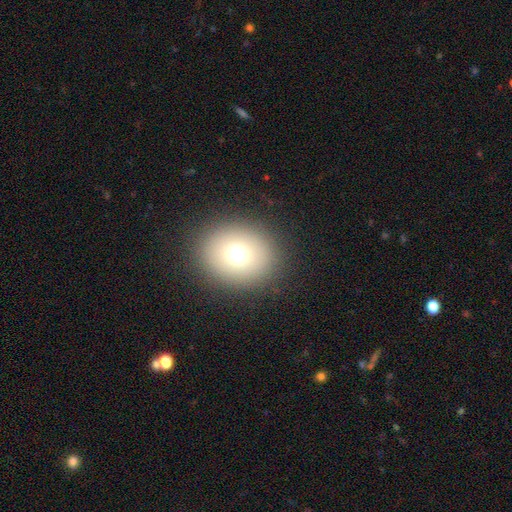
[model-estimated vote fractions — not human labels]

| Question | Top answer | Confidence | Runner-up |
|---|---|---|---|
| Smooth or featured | smooth | 72% | star or artifact (15%) |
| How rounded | round | 58% | in between (41%) |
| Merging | none | 89% | minor disturbance (7%) |